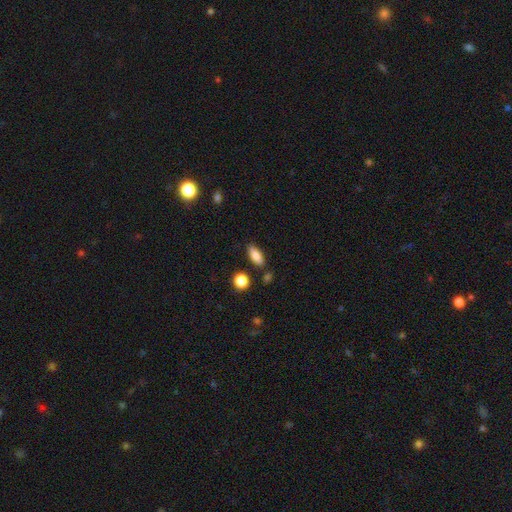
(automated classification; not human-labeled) Smooth or featured: smooth — 84% (featured or disk — 8%)
How rounded: in between — 77% (cigar-shaped — 19%)
Merging: none — 83% (minor disturbance — 11%)